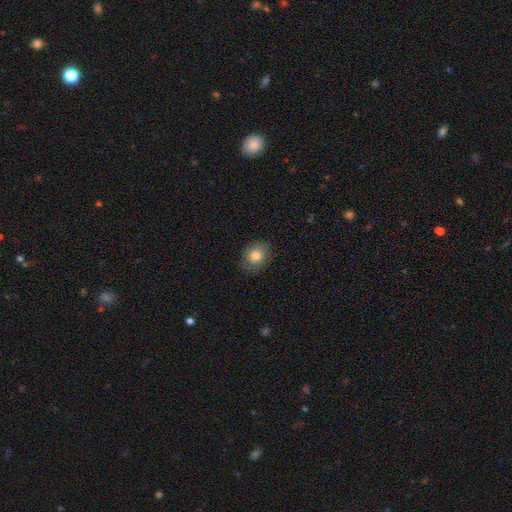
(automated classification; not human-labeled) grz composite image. It shows a smooth galaxy with no disk features (80%) that is round (58%). Merging: none (86%).